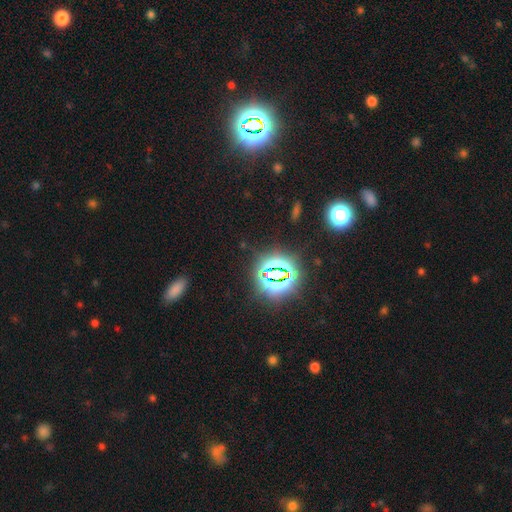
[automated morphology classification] Smooth or featured? star or artifact (75%)